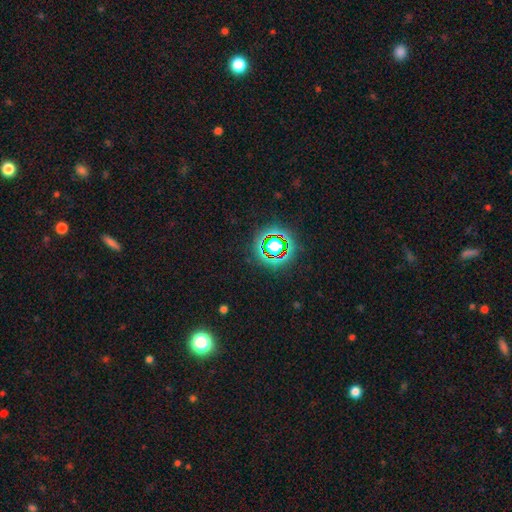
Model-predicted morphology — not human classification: This appears to be a star or artifact, not a galaxy (74%).